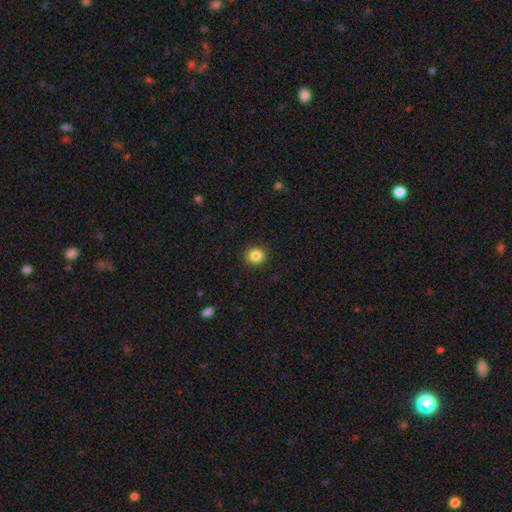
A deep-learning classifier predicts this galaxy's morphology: type=smooth (85%); roundness=round (85%); merging=none (92%).